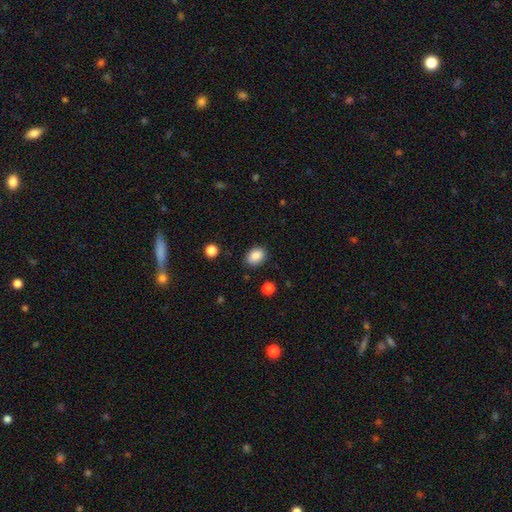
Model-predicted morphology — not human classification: Smooth or featured? smooth (87%)
How rounded? in between (70%)
Merging? none (84%)